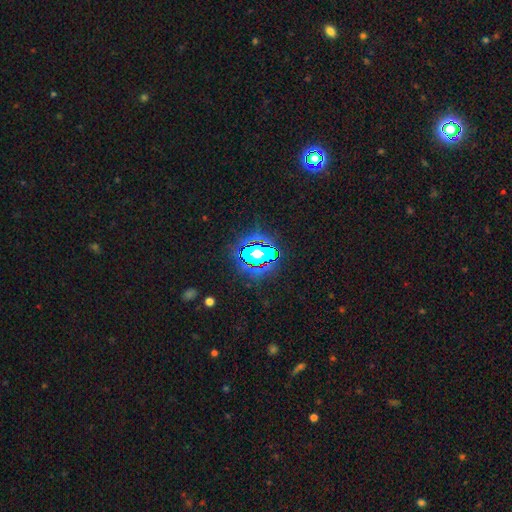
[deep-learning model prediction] Smooth or featured: star or artifact — 56% (smooth — 28%)